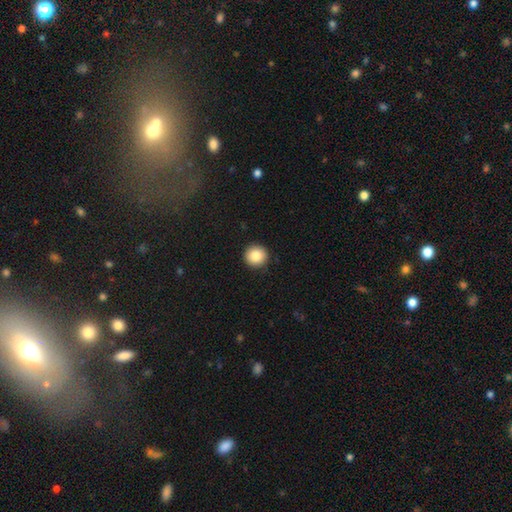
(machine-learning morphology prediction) Overall: smooth (86%). How rounded: round (95%). Merging: none (92%).